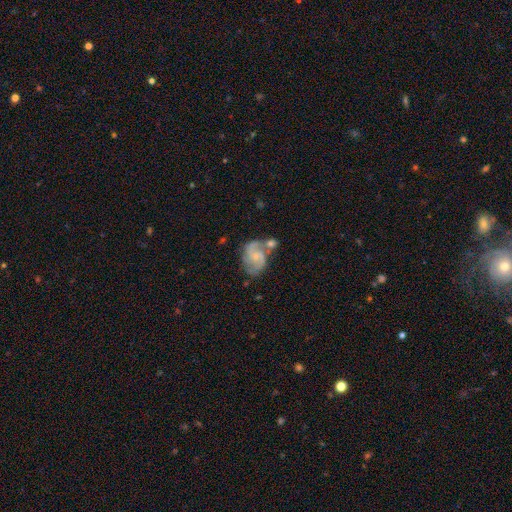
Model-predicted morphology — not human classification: The model was most divided on "merging": none: 39%, merger: 33%, minor disturbance: 19%, major disturbance: 10%. More confident: edge-on disk — no (98%); spiral arms — yes (93%); spiral arm count — 2 (85%); smooth or featured — featured or disk (77%); bar — no (58%); bulge size — small (56%); spiral winding — medium (53%).